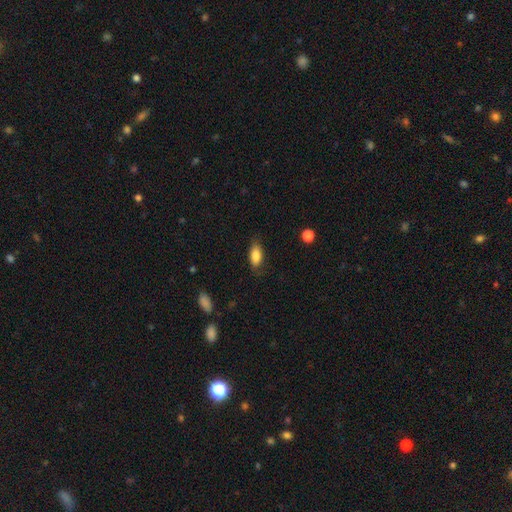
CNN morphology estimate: smooth_or_featured: smooth (p=0.85) [alt: featured or disk p=0.08]
how_rounded: in between (p=0.86) [alt: cigar-shaped p=0.10]
merging: none (p=0.79) [alt: minor disturbance p=0.16]